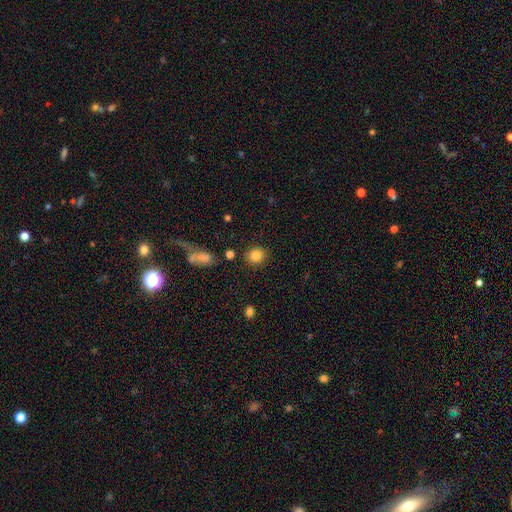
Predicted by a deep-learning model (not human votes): Smooth or featured? smooth (85%)
How rounded? round (82%)
Merging? none (84%)